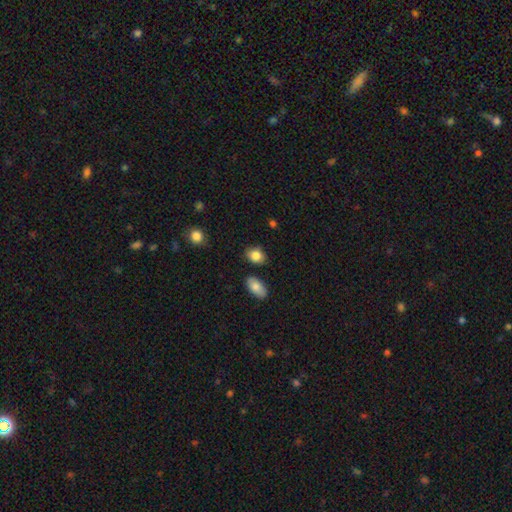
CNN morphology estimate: A smooth galaxy with no disk features (84%) that is in between round and cigar-shaped (61%). Merging: none (80%).